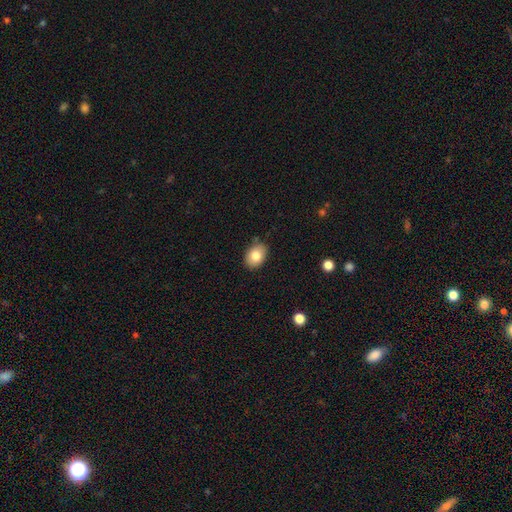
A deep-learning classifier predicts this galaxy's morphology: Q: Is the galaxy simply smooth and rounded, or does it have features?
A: smooth — 81%.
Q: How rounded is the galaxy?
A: in between — 74%.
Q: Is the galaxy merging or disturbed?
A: none — 83%.